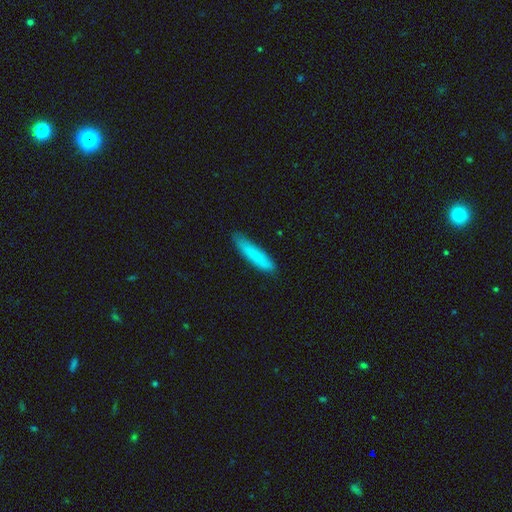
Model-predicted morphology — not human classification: Smooth or featured? smooth (83%)
How rounded? cigar-shaped (84%)
Merging? none (82%)